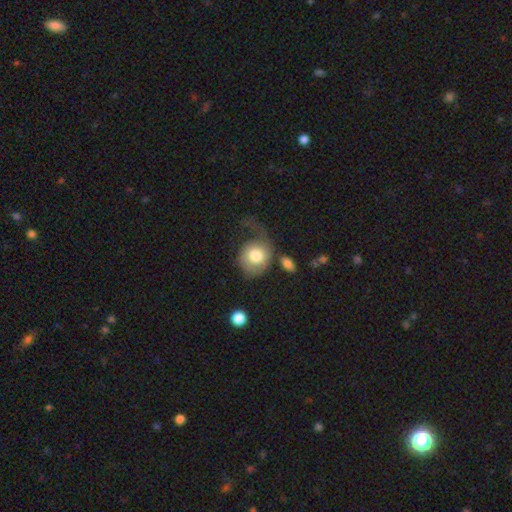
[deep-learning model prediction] Morphology: type=smooth (66%); roundness=round (66%); merging=major disturbance (48%).